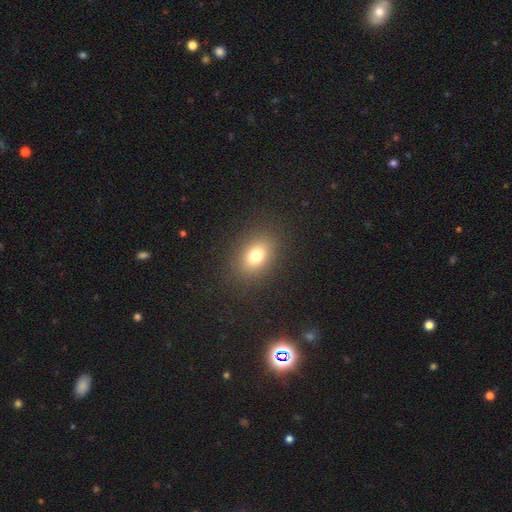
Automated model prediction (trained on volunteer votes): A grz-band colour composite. It shows a smooth galaxy with no disk features (75%) that is in between round and cigar-shaped (71%). Merging: none (87%).